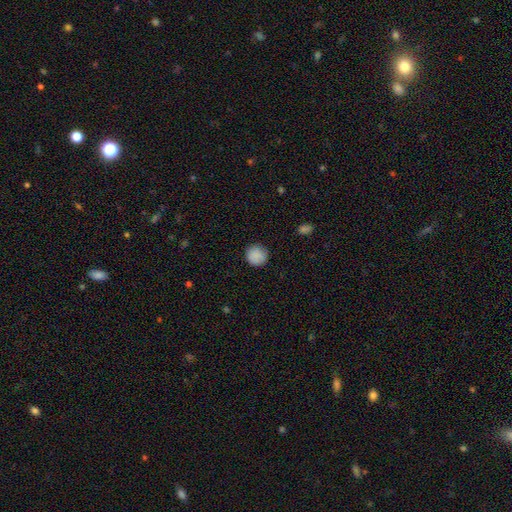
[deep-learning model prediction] smooth 88%, star or artifact 8%, featured or disk 4%. Down the decision tree: how rounded — round (93%); merging — none (88%).